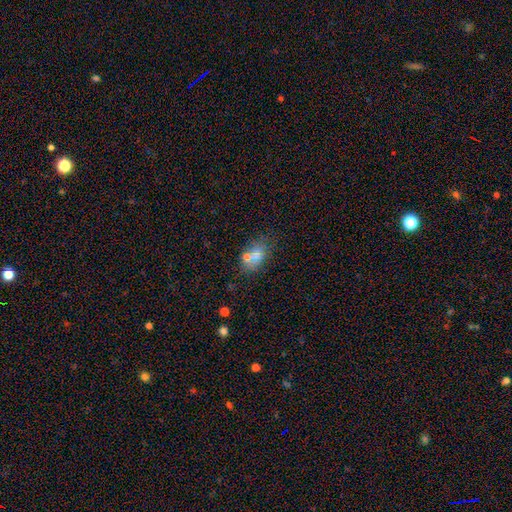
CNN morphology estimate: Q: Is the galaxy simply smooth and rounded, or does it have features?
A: smooth — 55%.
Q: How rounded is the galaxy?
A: in between — 78%.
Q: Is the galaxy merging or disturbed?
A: none — 80%.